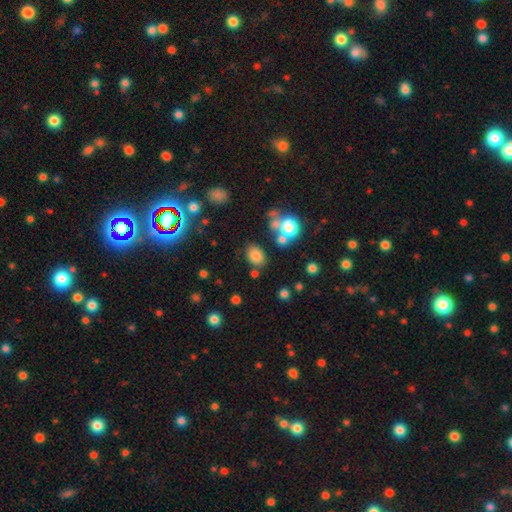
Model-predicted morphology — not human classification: The model was most divided on "how rounded": in between: 66%, round: 33%, cigar-shaped: 1%. More confident: smooth or featured — smooth (77%); merging — none (75%).